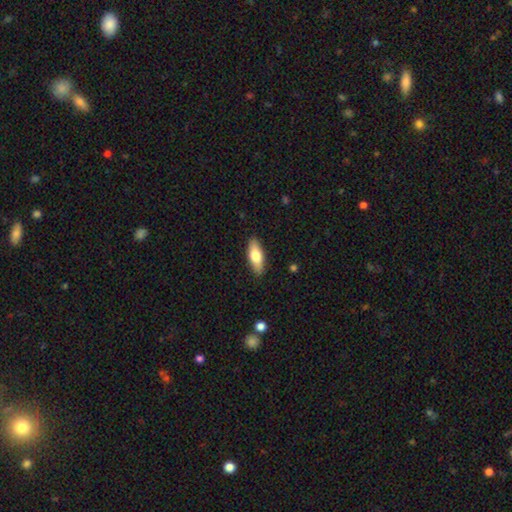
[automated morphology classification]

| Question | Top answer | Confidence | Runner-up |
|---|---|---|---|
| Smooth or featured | smooth | 71% | featured or disk (23%) |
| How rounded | in between | 69% | cigar-shaped (28%) |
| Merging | none | 89% | minor disturbance (8%) |